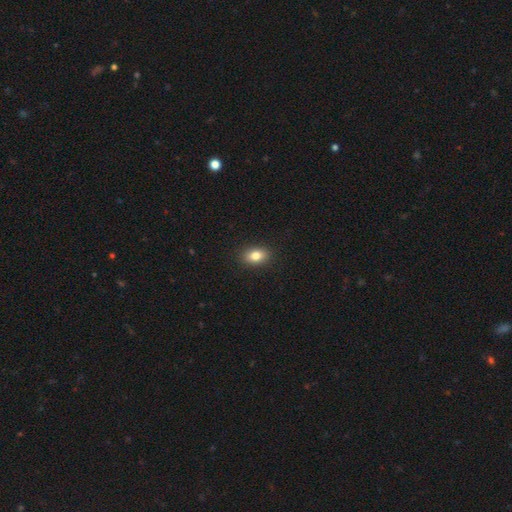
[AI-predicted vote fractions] Smooth or featured? Predicted: smooth (p=0.82). How rounded? Predicted: in between (p=0.79). Merging? Predicted: none (p=0.90).